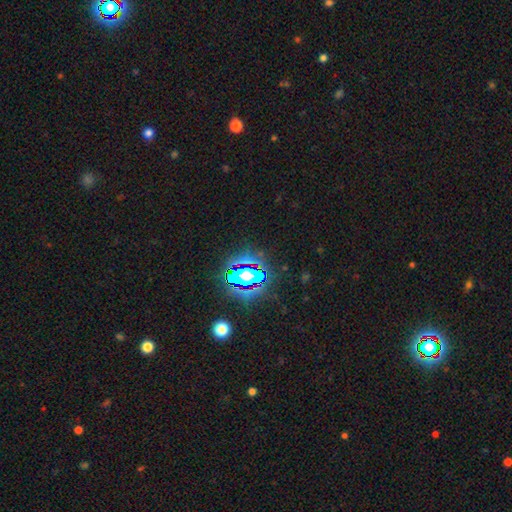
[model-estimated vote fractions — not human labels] A star or artifact, not a galaxy (83%).

Vote fractions:
- Smooth or featured? star or artifact: 83% / smooth: 10% / featured or disk: 7%